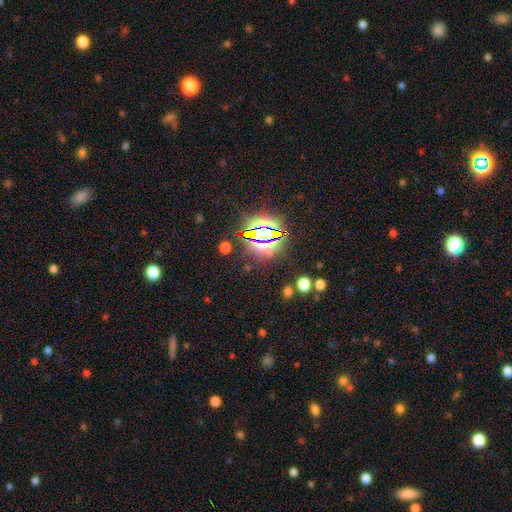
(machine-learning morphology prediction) Smooth or featured? Predicted: star or artifact (p=0.82).